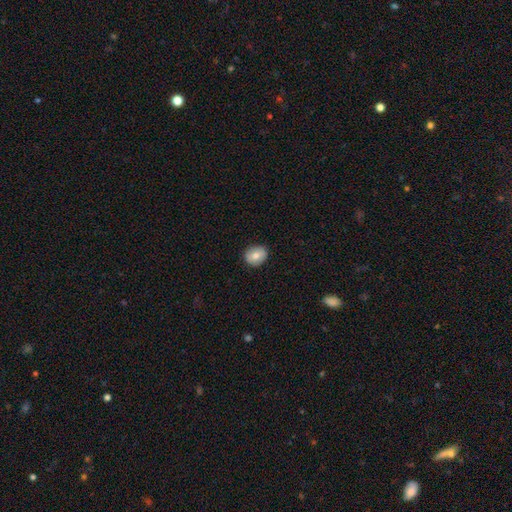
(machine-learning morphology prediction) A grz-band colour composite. It shows a smooth galaxy with no disk features (72%) that is round (68%). Merging: none (87%).